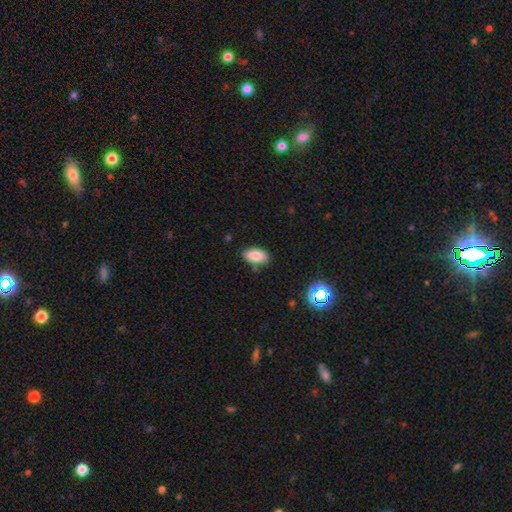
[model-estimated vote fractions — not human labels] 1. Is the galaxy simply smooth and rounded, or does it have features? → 84% smooth, 9% star or artifact, 7% featured or disk.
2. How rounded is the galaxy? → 92% in between, 4% round, 4% cigar-shaped.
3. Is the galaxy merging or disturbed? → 81% none, 14% minor disturbance, 3% merger, 3% major disturbance.